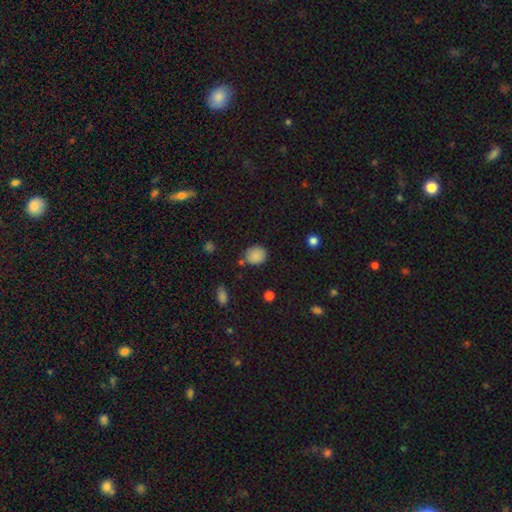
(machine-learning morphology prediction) Smooth or featured? Predicted: smooth (p=0.85). How rounded? Predicted: round (p=0.73). Merging? Predicted: none (p=0.75).